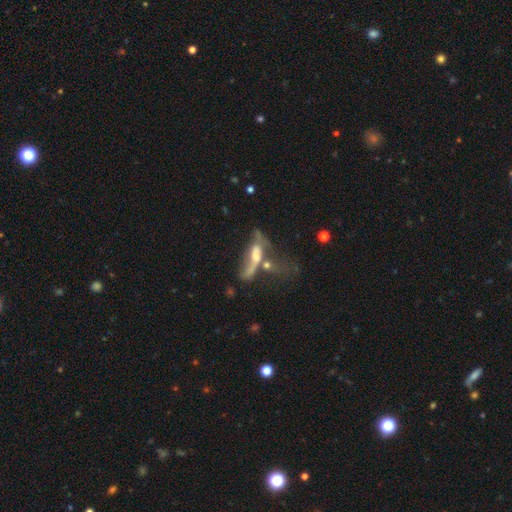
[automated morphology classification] Smooth or featured? featured or disk (54%)
Edge-on disk? no (60%)
Merging? merger (44%)